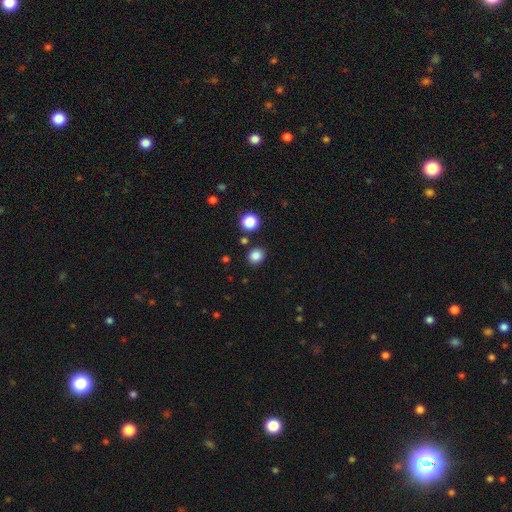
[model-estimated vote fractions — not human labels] smooth_or_featured: smooth (p=0.84) [alt: star or artifact p=0.12]
how_rounded: round (p=0.76) [alt: in between p=0.23]
merging: none (p=0.85) [alt: minor disturbance p=0.08]